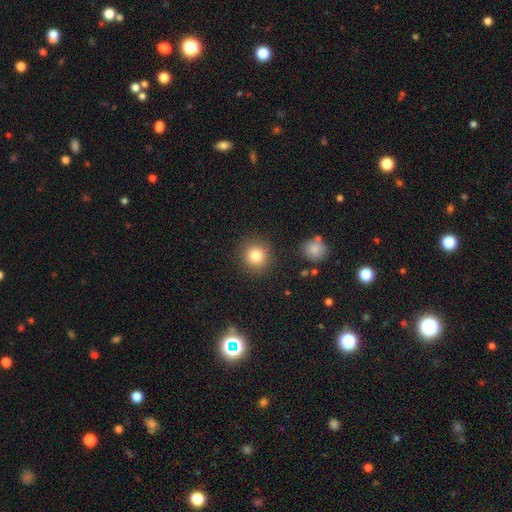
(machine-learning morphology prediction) Overall: smooth (83%). How rounded: round (90%). Merging: none (87%).